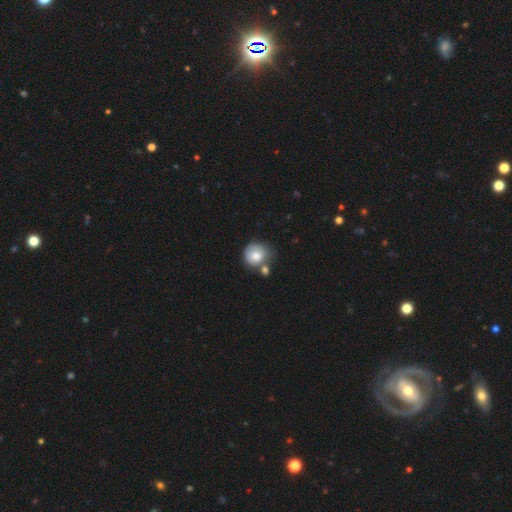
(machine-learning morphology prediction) Smooth or featured? Predicted: smooth (p=0.78). How rounded? Predicted: round (p=0.84). Merging? Predicted: none (p=0.46).